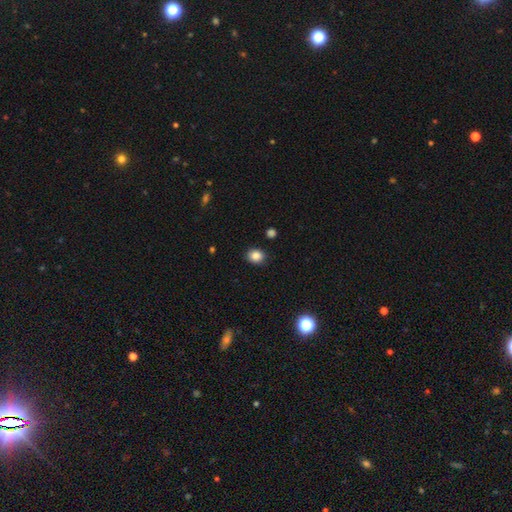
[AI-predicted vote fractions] Smooth or featured: smooth — 85% (star or artifact — 10%)
How rounded: round — 65% (in between — 34%)
Merging: none — 88% (minor disturbance — 8%)